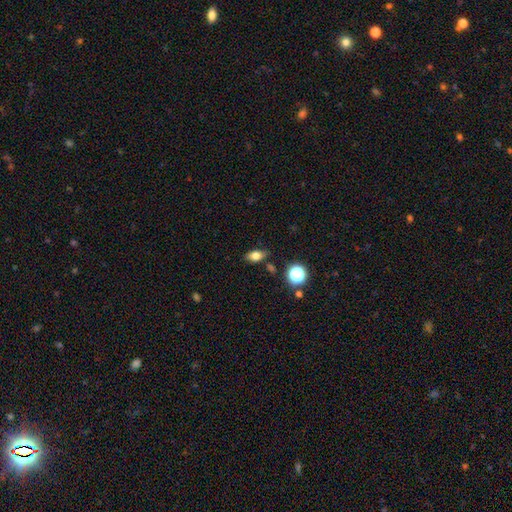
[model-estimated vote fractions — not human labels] This is likely a smooth galaxy (73%). How rounded: likely in between (79%). Merging: clearly none (80%).